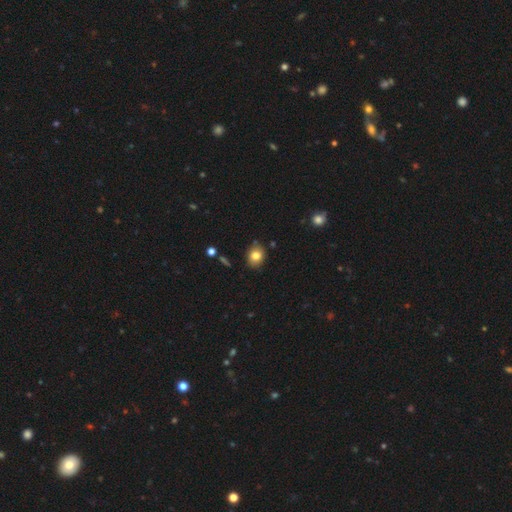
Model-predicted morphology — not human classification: Smooth or featured? smooth (80%)
How rounded? in between (50%)
Merging? none (80%)